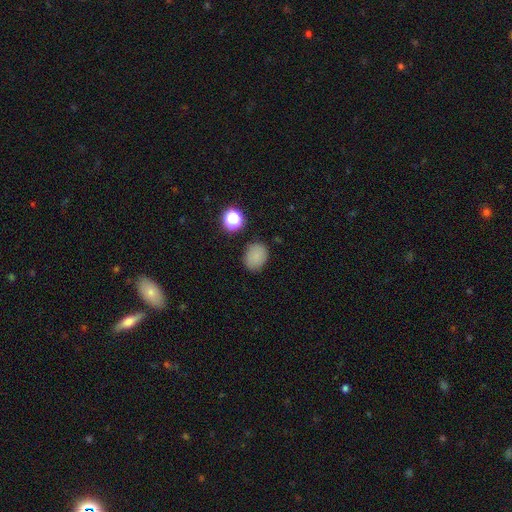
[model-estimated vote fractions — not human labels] This appears to be a smooth galaxy with no disk features (81%) that is round (50%). Merging: none (81%).